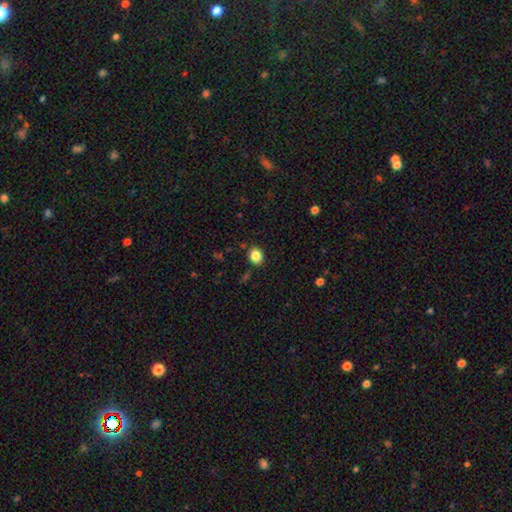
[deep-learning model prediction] This is clearly a smooth galaxy (85%). How rounded: likely round (61%). Merging: clearly none (89%).